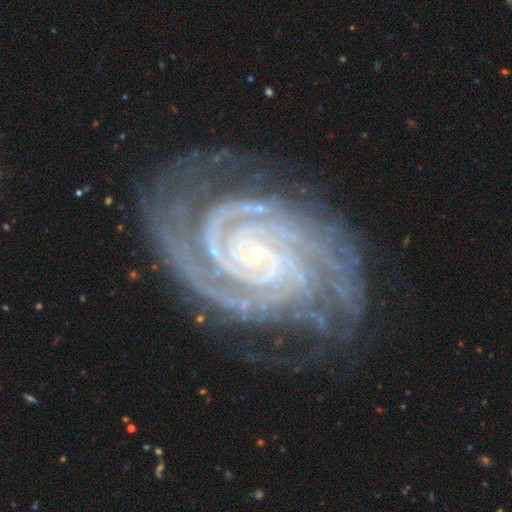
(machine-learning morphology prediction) Q: Smooth or featured?
A: featured or disk (93%); runner-up: star or artifact (5%)
Q: Edge-on disk?
A: no (98%); runner-up: yes (2%)
Q: Bar?
A: no (70%); runner-up: weak (19%)
Q: Spiral arms?
A: yes (99%); runner-up: no (1%)
Q: Spiral winding?
A: tight (82%); runner-up: medium (16%)
Q: Spiral arm count?
A: 2 (30%); runner-up: 3 (21%)
Q: Bulge size?
A: small (87%); runner-up: moderate (9%)
Q: Merging?
A: none (74%); runner-up: minor disturbance (17%)